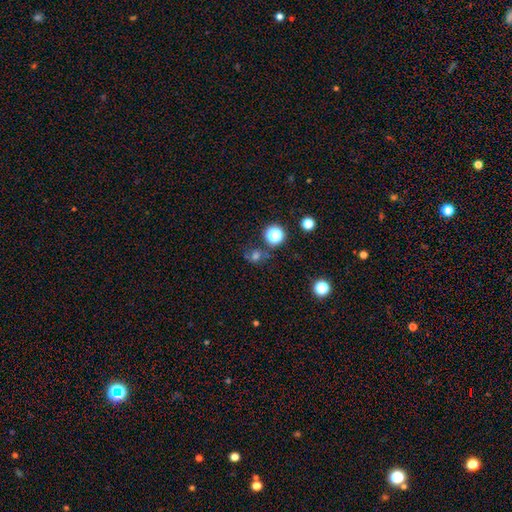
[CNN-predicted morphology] Smooth or featured? Predicted: smooth (p=0.47). Merging? Predicted: none (p=0.66).